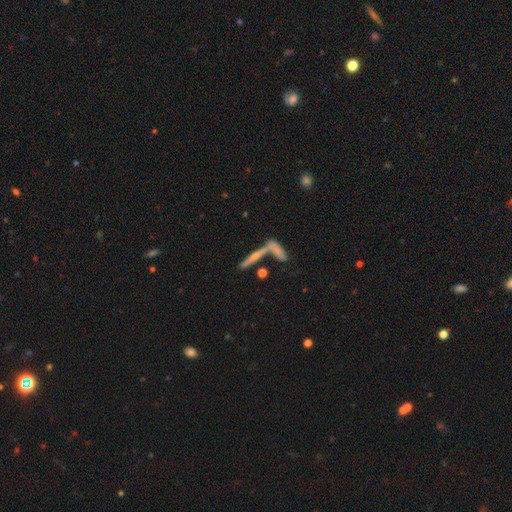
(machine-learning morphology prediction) Overall: featured or disk (50%; smooth 40%). Merging: none (51%; merger 33%).